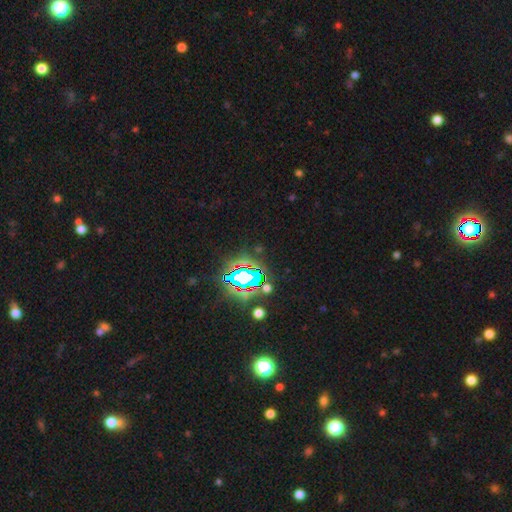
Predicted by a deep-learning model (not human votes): Smooth or featured? Predicted: star or artifact (p=0.79).